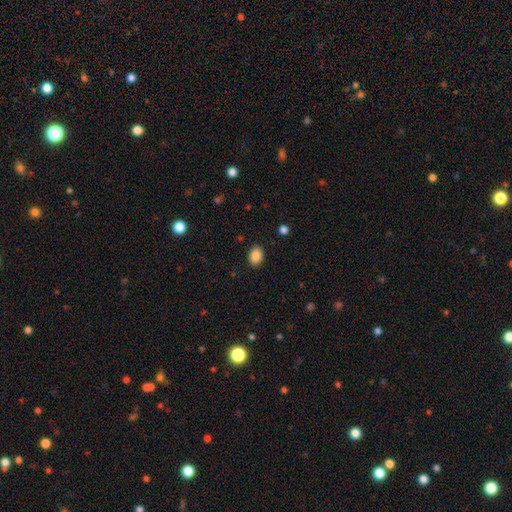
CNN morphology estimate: type=smooth (87%); roundness=in between (70%); merging=none (89%).